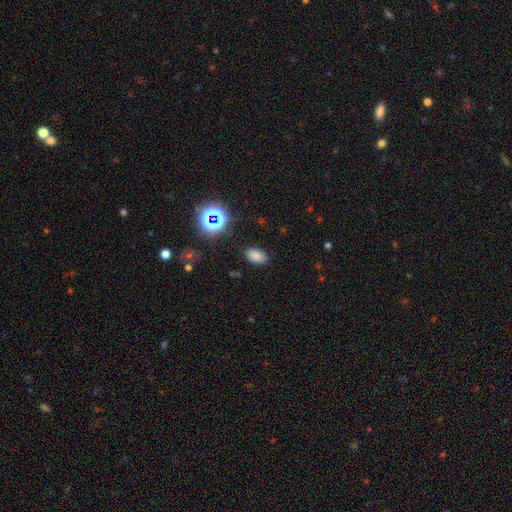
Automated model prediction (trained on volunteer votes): A smooth galaxy with no disk features (76%) that is in between round and cigar-shaped (90%).

Vote fractions:
- Smooth or featured? smooth: 76% / star or artifact: 18% / featured or disk: 6%
- How rounded? in between: 90% / round: 8% / cigar-shaped: 2%
- Merging? none: 85% / minor disturbance: 10% / major disturbance: 3% / merger: 1%